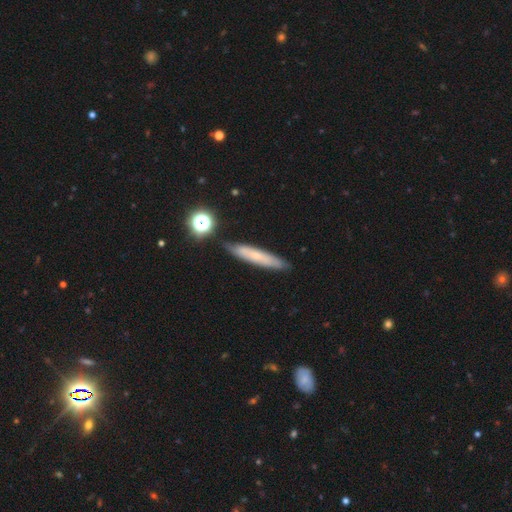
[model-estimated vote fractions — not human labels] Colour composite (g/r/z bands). It shows a smooth galaxy with no disk features (57%) that is cigar-shaped (90%). Merging: none (85%).